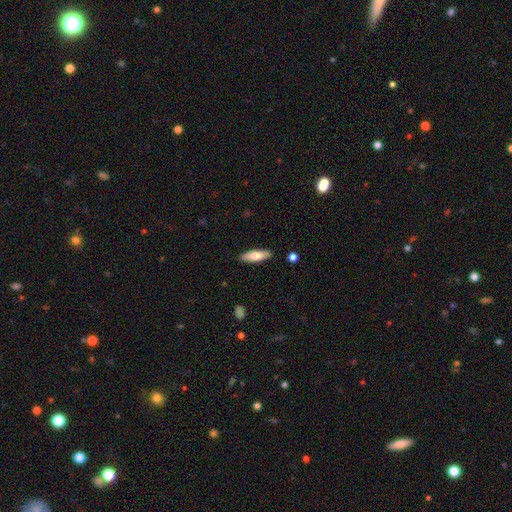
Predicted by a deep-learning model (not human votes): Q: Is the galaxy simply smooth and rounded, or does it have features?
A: smooth — 75%.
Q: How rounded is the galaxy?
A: cigar-shaped — 54%.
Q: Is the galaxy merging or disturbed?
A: none — 88%.